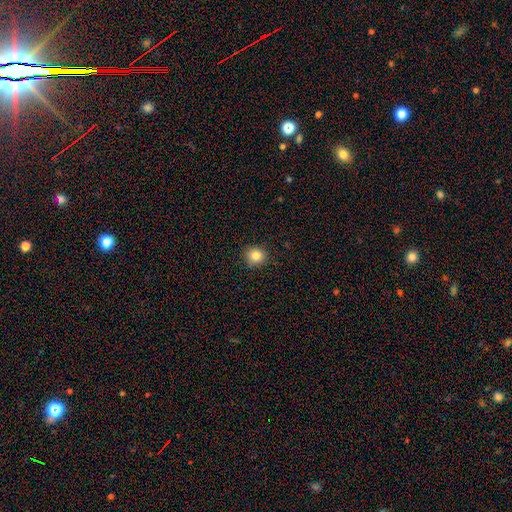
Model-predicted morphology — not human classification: The model was most divided on "smooth or featured": smooth: 83%, star or artifact: 11%, featured or disk: 6%. More confident: merging — none (90%); how rounded — round (90%).